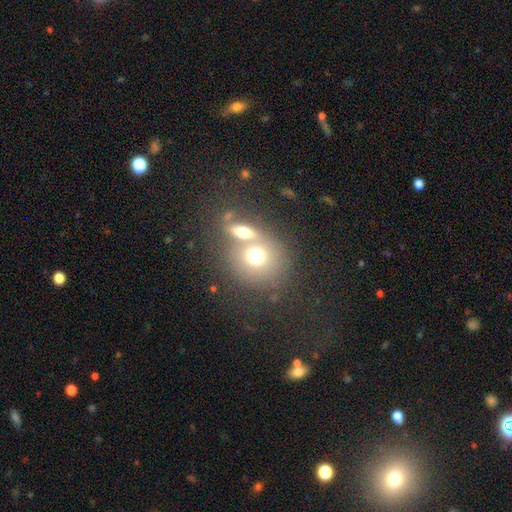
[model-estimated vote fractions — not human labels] This appears to be a smooth galaxy with no disk features (67%) that is round (78%). Merging: merger (44%).